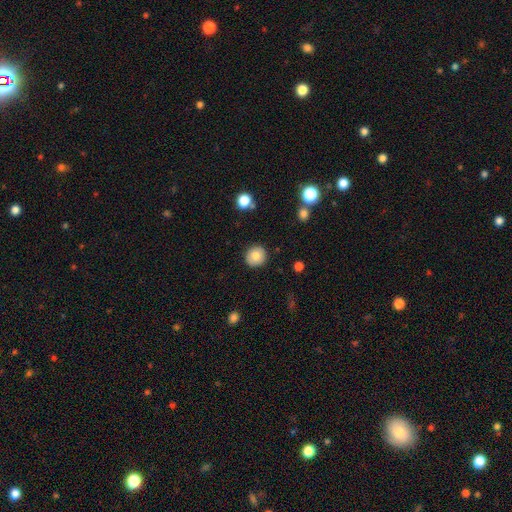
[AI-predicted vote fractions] This appears to be a smooth galaxy with no disk features (78%) that is round (92%). Merging: none (90%).